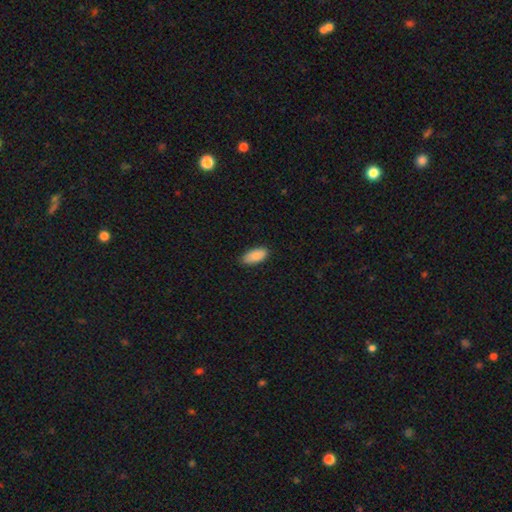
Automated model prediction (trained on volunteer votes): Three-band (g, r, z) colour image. It shows a smooth galaxy with no disk features (84%) that is in between round and cigar-shaped (92%). Merging: none (84%).